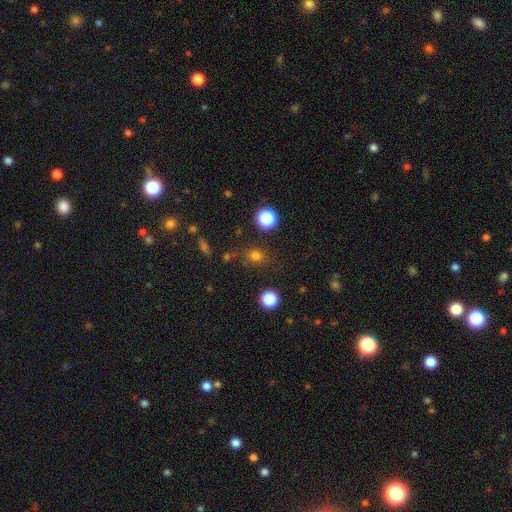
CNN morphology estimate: This is likely a smooth galaxy (73%). How rounded: likely round (73%). Merging: likely none (77%).